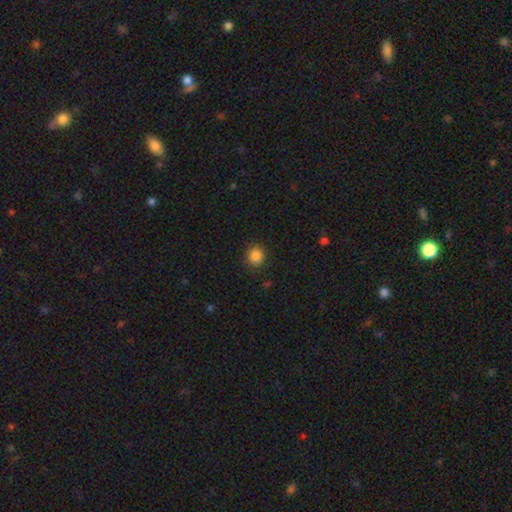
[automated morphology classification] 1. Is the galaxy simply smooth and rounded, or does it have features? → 84% smooth, 11% star or artifact, 4% featured or disk.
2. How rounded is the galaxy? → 79% round, 20% in between, 1% cigar-shaped.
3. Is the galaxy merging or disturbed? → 80% none, 14% minor disturbance, 3% merger, 3% major disturbance.